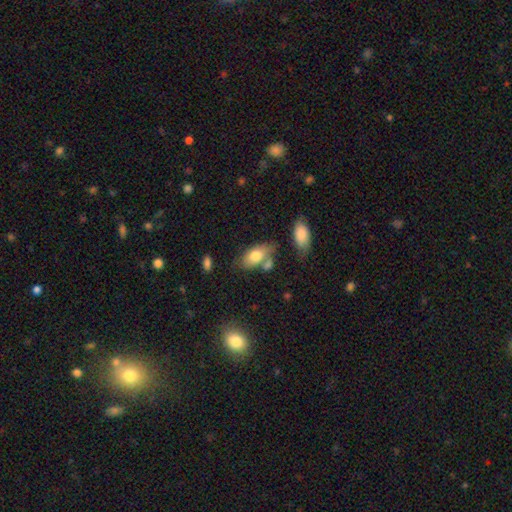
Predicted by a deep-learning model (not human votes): smooth-or-featured: smooth: 76% | featured or disk: 17% | star or artifact: 7%
  how-rounded: in between: 91% | round: 5% | cigar-shaped: 4%
  merging: none: 49% | merger: 23% | minor disturbance: 21% | major disturbance: 8%